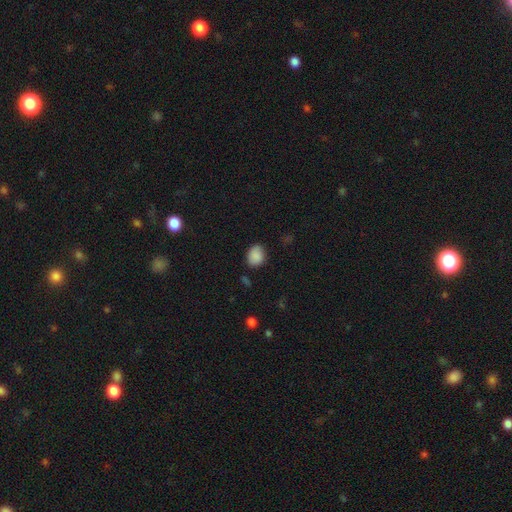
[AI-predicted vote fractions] Smooth or featured? Predicted: smooth (p=0.87). How rounded? Predicted: in between (p=0.59). Merging? Predicted: none (p=0.77).